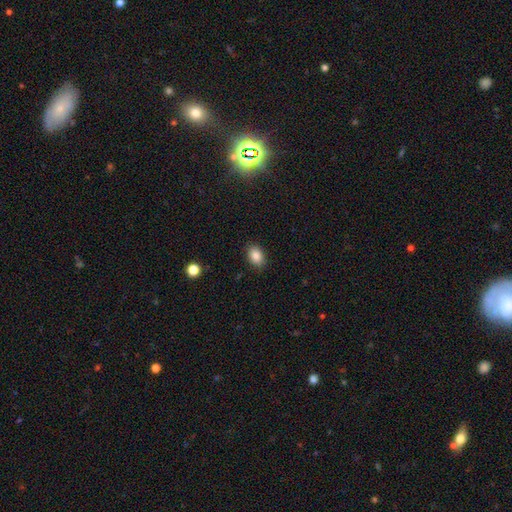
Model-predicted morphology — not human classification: This is clearly a smooth galaxy (86%). How rounded: likely in between (80%). Merging: clearly none (88%).